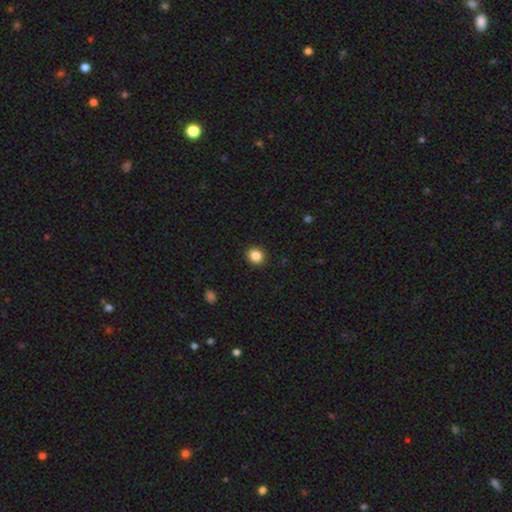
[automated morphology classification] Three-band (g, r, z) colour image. It shows a smooth galaxy with no disk features (86%) that is round (75%). Merging: none (91%).